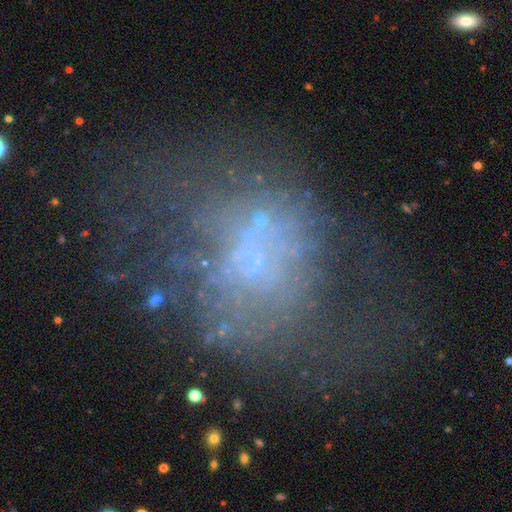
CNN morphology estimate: smooth-or-featured: featured or disk: 49% | smooth: 28% | star or artifact: 23%
  merging: none: 39% | major disturbance: 36% | minor disturbance: 18% | merger: 7%